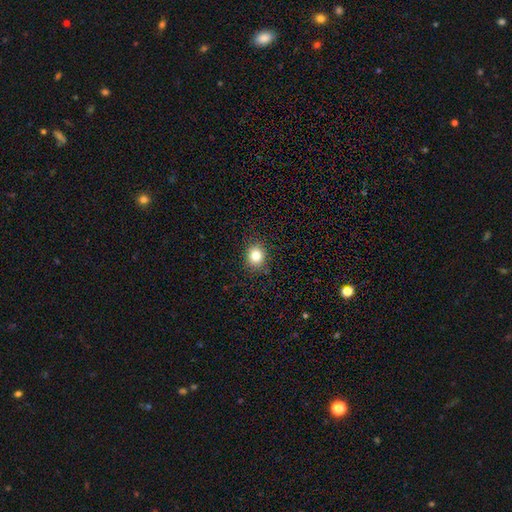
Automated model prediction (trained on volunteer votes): smooth_or_featured: smooth (p=0.81) [alt: star or artifact p=0.12]
how_rounded: round (p=0.73) [alt: in between p=0.26]
merging: none (p=0.88) [alt: minor disturbance p=0.09]